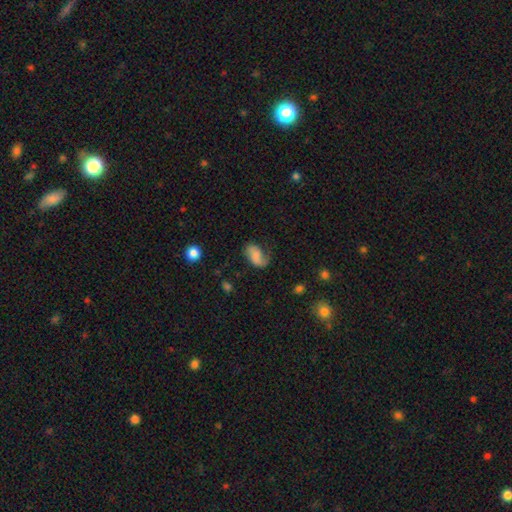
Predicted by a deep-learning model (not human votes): smooth-or-featured: smooth: 51% | featured or disk: 39% | star or artifact: 9%
  how-rounded: in between: 89% | round: 9% | cigar-shaped: 2%
  merging: none: 50% | minor disturbance: 28% | major disturbance: 19% | merger: 2%